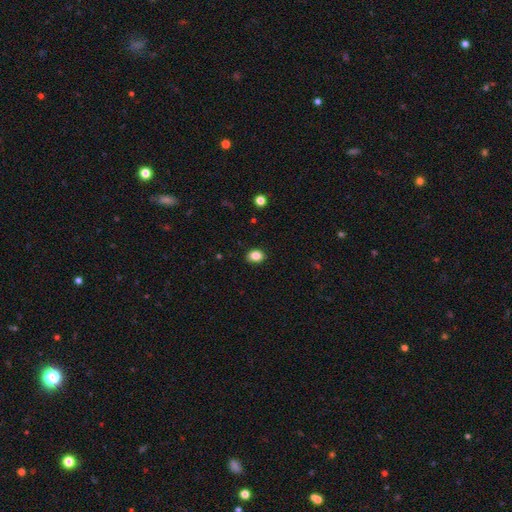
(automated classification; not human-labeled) This is clearly a smooth galaxy (86%). How rounded: possibly in between (60%). Merging: clearly none (88%).